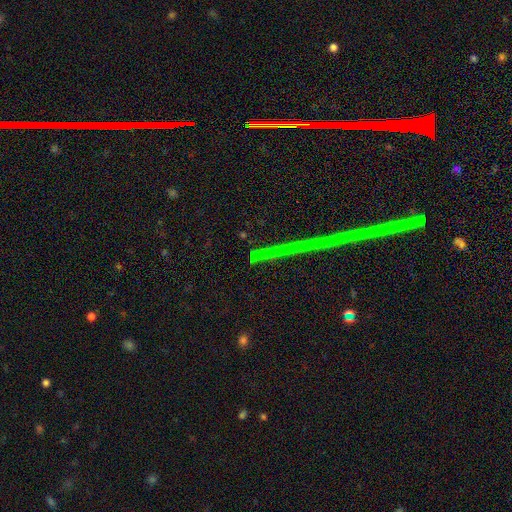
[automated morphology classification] This is clearly a star or artifact rather than a galaxy (80%).